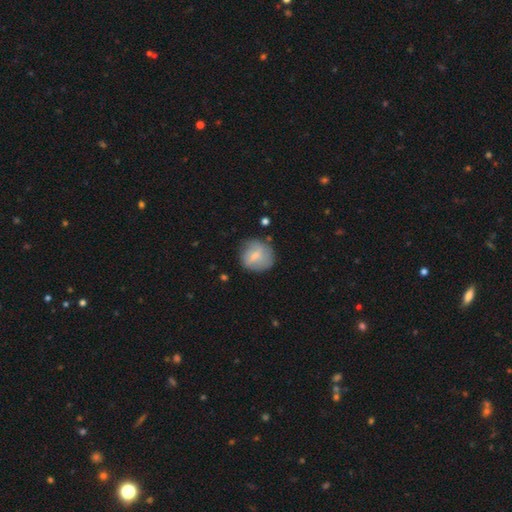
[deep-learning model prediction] smooth-or-featured: smooth: 67% | featured or disk: 26% | star or artifact: 7%
  how-rounded: round: 79% | in between: 20% | cigar-shaped: 1%
  merging: none: 65% | minor disturbance: 24% | major disturbance: 9% | merger: 2%